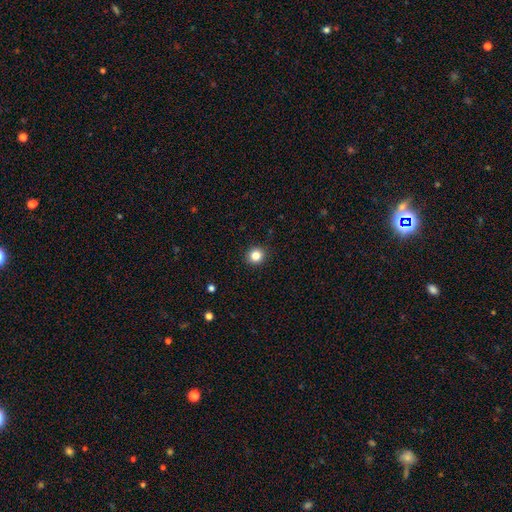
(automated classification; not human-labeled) A smooth galaxy with no disk features (83%) that is round (90%). Merging: none (92%).